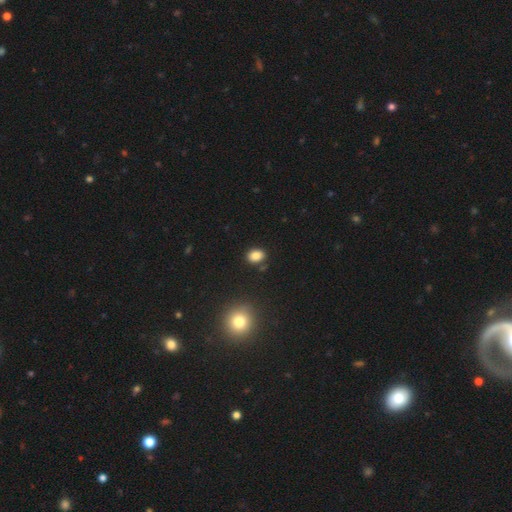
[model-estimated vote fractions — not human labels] Smooth or featured: smooth — 85% (star or artifact — 11%)
How rounded: in between — 61% (round — 38%)
Merging: none — 85% (minor disturbance — 10%)